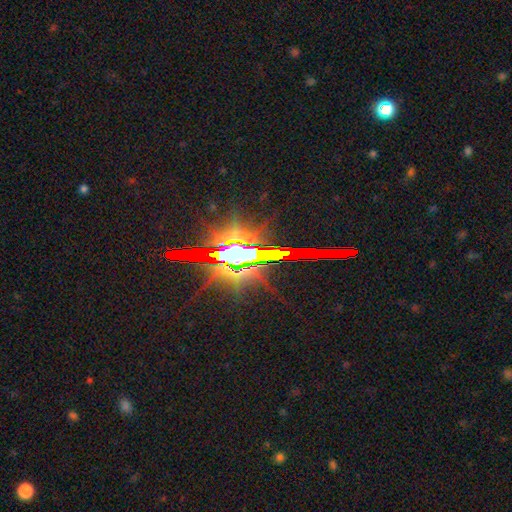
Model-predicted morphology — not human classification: Smooth or featured: star or artifact — 68% (featured or disk — 19%)